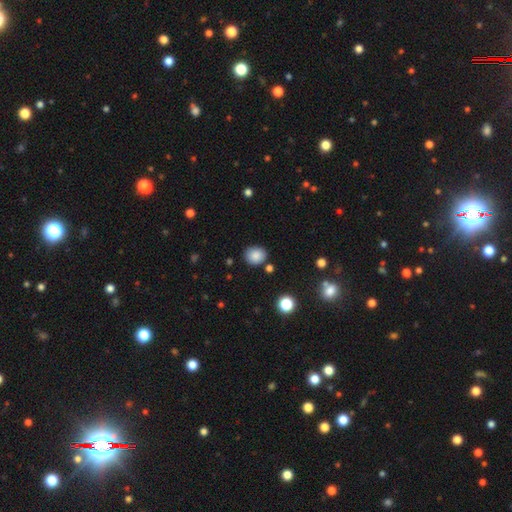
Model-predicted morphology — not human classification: smooth 85%, star or artifact 10%, featured or disk 5%. Down the decision tree: how rounded — round (70%); merging — none (84%).